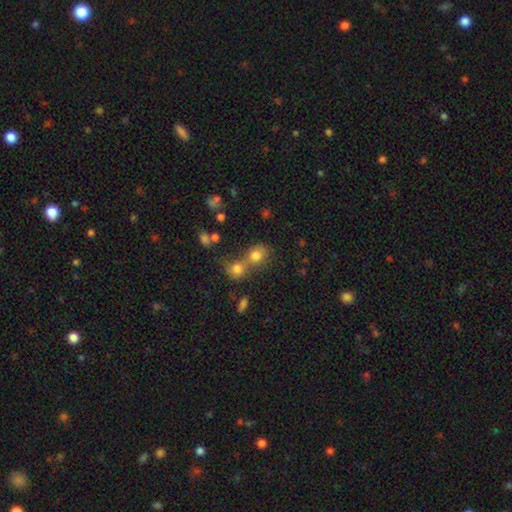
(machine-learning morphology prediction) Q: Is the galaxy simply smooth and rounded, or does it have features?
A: smooth — 77%.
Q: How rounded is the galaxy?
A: round — 65%.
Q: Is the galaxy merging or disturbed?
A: merger — 53%.